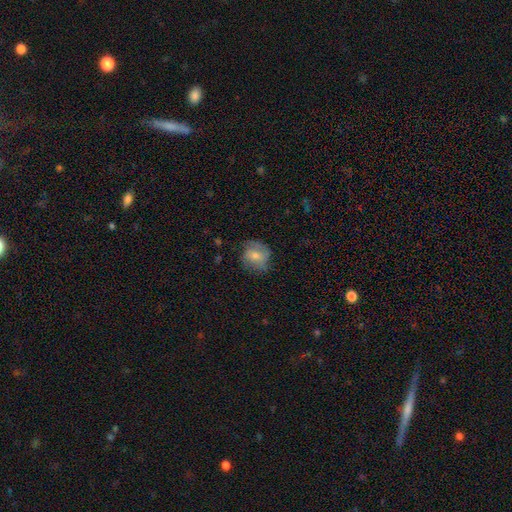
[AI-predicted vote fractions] Morphology: type=smooth (61%); roundness=round (76%); merging=none (63%).